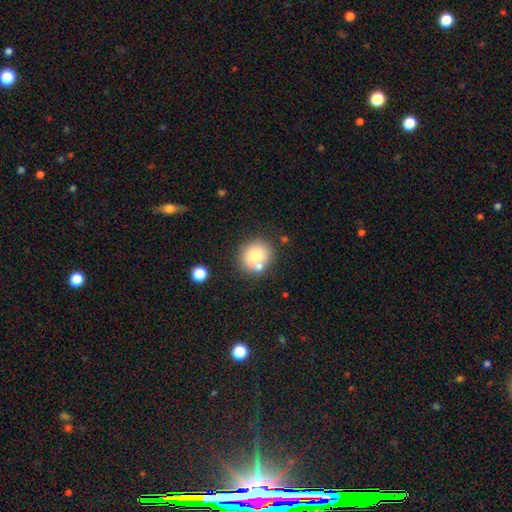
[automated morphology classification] Smooth or featured: smooth — 71% (featured or disk — 19%)
How rounded: round — 86% (in between — 13%)
Merging: none — 62% (merger — 21%)